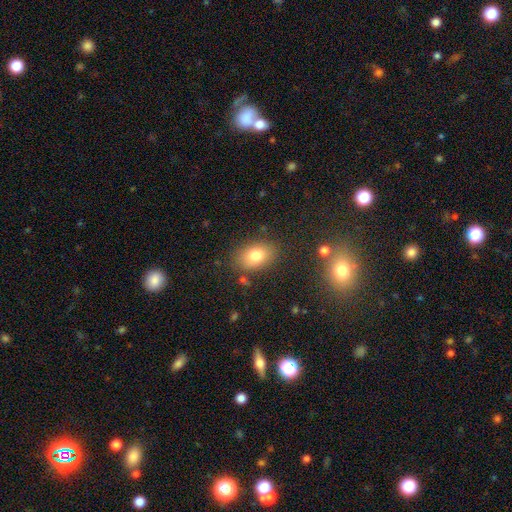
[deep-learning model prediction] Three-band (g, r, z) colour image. It shows a smooth galaxy with no disk features (79%) that is in between round and cigar-shaped (82%). Merging: none (81%).